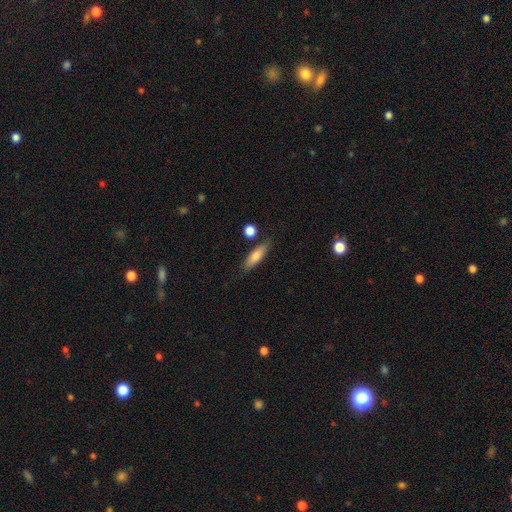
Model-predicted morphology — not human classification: A smooth galaxy with no disk features (75%) that is cigar-shaped (52%).

Vote fractions:
- Smooth or featured? smooth: 75% / featured or disk: 18% / star or artifact: 7%
- How rounded? cigar-shaped: 52% / in between: 45% / round: 3%
- Merging? none: 79% / minor disturbance: 14% / merger: 4% / major disturbance: 3%